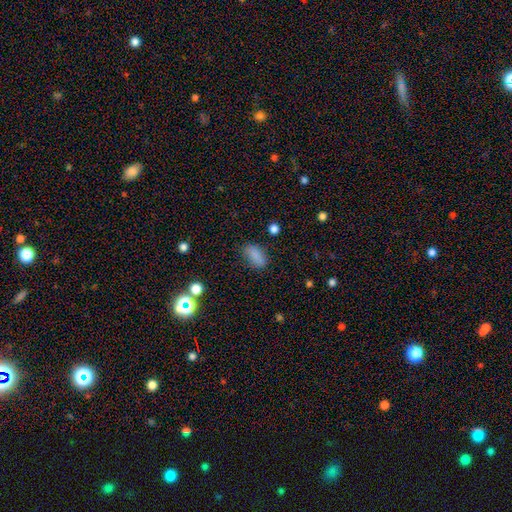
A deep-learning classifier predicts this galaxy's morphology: A smooth galaxy with no disk features (82%) that is in between round and cigar-shaped (86%).

Vote fractions:
- Smooth or featured? smooth: 82% / star or artifact: 11% / featured or disk: 7%
- How rounded? in between: 86% / cigar-shaped: 7% / round: 7%
- Merging? none: 72% / minor disturbance: 19% / major disturbance: 6% / merger: 2%